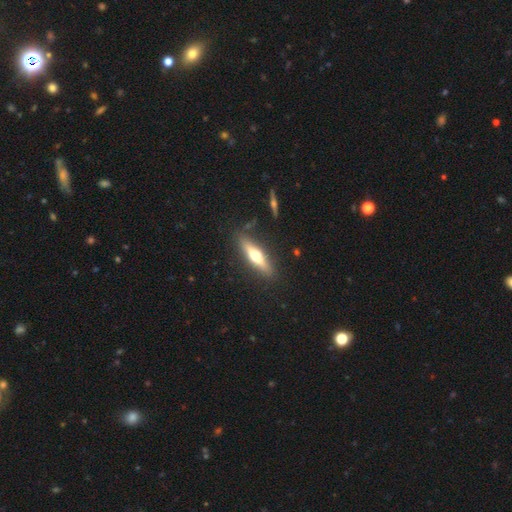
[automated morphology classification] Smooth or featured: featured or disk — 53% (smooth — 41%)
Edge-on disk: yes — 92% (no — 8%)
Merging: none — 86% (minor disturbance — 9%)